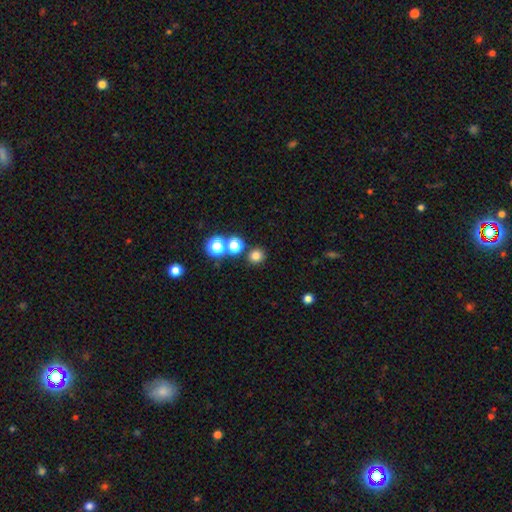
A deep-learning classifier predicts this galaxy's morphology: This is likely a smooth galaxy (77%). How rounded: clearly round (89%). Merging: clearly none (81%).